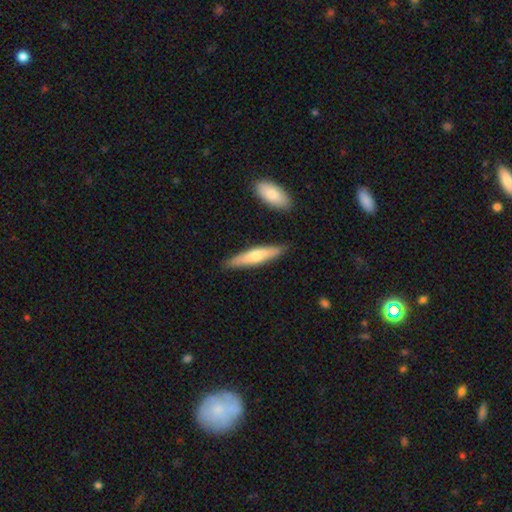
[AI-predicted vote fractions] smooth-or-featured: smooth: 59% | featured or disk: 36% | star or artifact: 5%
  how-rounded: cigar-shaped: 84% | in between: 14% | round: 1%
  merging: none: 85% | minor disturbance: 10% | merger: 3% | major disturbance: 2%